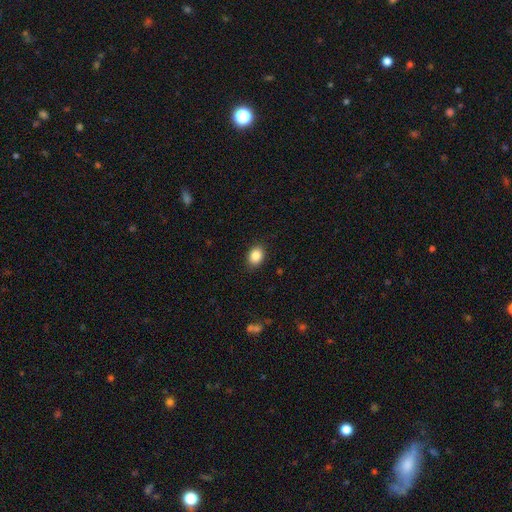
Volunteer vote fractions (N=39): Smooth or featured: smooth — 79% (featured or disk — 10%)
How rounded: in between — 58% (round — 42%)
Merging: none — 97% (major disturbance — 3%)